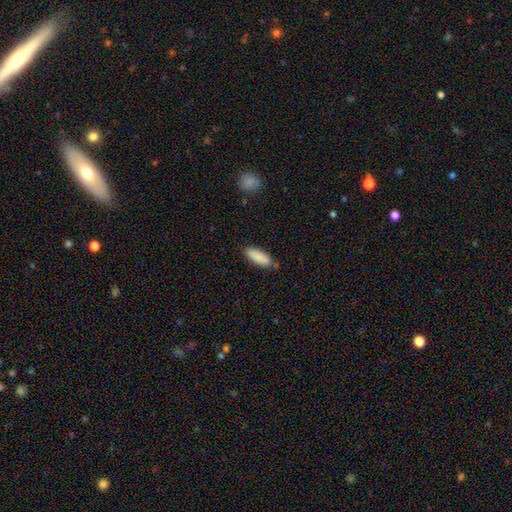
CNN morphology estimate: This is clearly a smooth galaxy (88%). How rounded: likely in between (73%). Merging: likely none (79%).